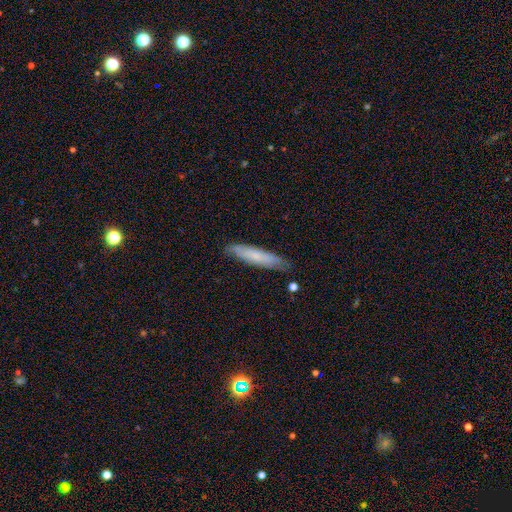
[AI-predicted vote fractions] This appears to be a smooth galaxy with no disk features (64%) that is cigar-shaped (85%). Merging: none (81%).